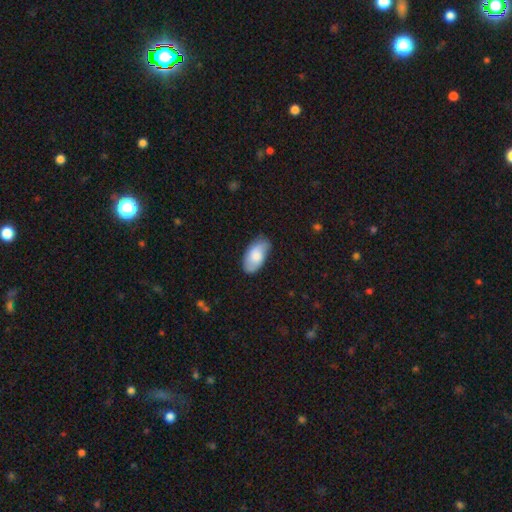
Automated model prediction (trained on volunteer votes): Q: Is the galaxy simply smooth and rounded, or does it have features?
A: smooth — 75%.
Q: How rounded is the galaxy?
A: in between — 95%.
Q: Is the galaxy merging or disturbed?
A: none — 72%.